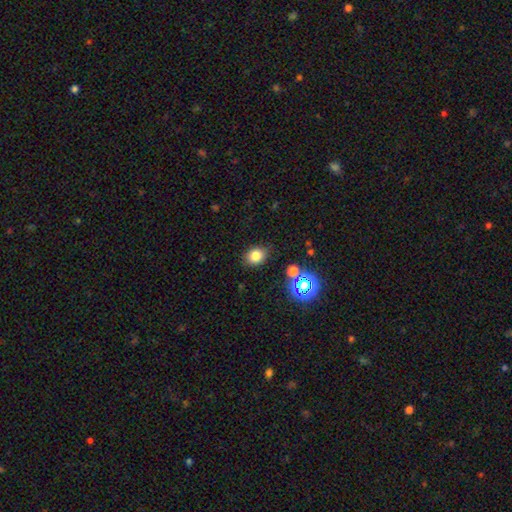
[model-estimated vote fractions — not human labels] Smooth or featured? smooth (78%)
How rounded? round (50%)
Merging? none (82%)